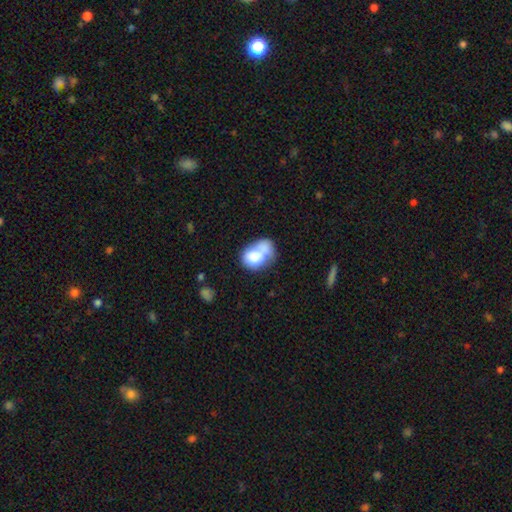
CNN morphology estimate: Smooth or featured?
  - smooth: 72% *
  - featured or disk: 20%
  - star or artifact: 8%
How rounded?
  - in between: 70% *
  - round: 29%
  - cigar-shaped: 1%
Merging?
  - merger: 47% *
  - none: 23%
  - minor disturbance: 17%
  - major disturbance: 13%